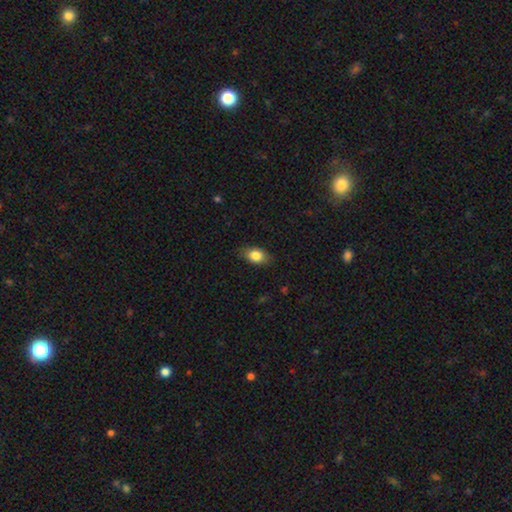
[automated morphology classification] Q: Smooth or featured?
A: smooth (83%); runner-up: featured or disk (9%)
Q: How rounded?
A: in between (84%); runner-up: round (14%)
Q: Merging?
A: none (82%); runner-up: minor disturbance (14%)